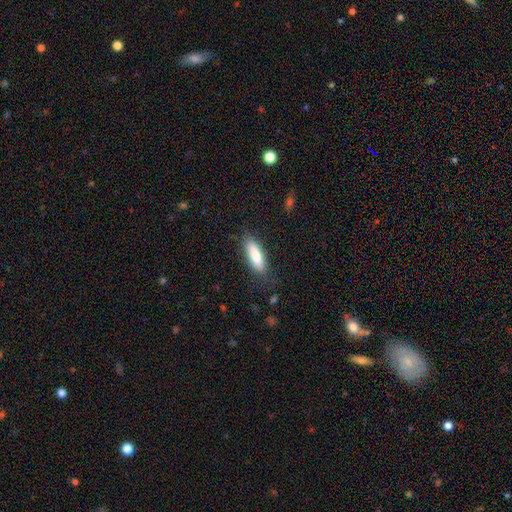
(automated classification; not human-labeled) Smooth or featured: smooth — 79% (featured or disk — 15%)
How rounded: cigar-shaped — 49% (tied with in between — 49%)
Merging: none — 83% (minor disturbance — 13%)